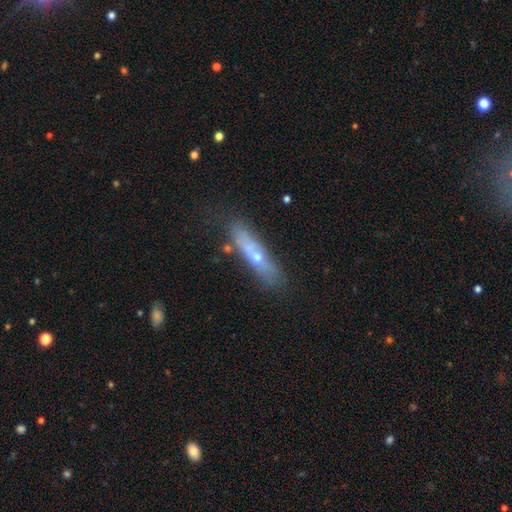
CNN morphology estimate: A featured or disk galaxy (46%). Merging: none (62%).